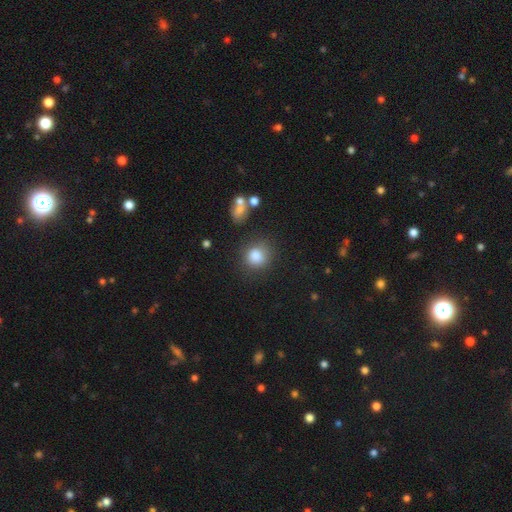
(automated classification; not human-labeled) Smooth or featured? Predicted: smooth (p=0.84). How rounded? Predicted: round (p=0.83). Merging? Predicted: none (p=0.72).